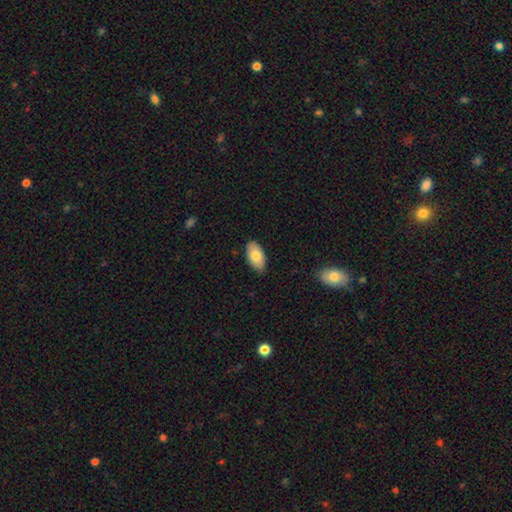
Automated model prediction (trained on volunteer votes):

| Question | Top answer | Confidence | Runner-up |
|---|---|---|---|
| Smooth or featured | smooth | 80% | featured or disk (14%) |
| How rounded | in between | 95% | round (3%) |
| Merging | none | 85% | minor disturbance (12%) |